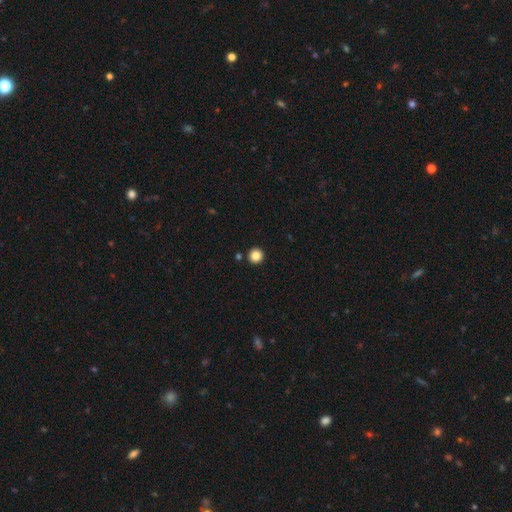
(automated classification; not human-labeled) A smooth galaxy with no disk features (86%) that is round (95%). Merging: none (92%).